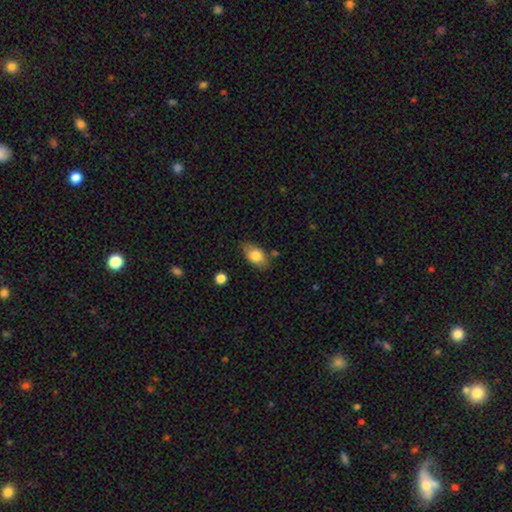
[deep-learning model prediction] This appears to be a smooth galaxy with no disk features (80%) that is in between round and cigar-shaped (88%). Merging: none (76%).